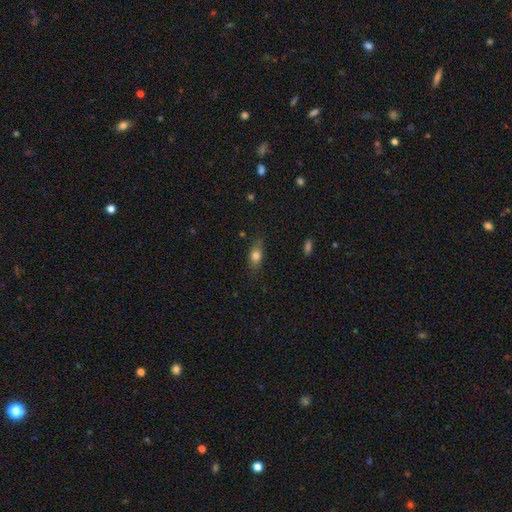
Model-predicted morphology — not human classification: smooth_or_featured: smooth (p=0.78) [alt: featured or disk p=0.13]
how_rounded: in between (p=0.76) [alt: round p=0.13]
merging: none (p=0.77) [alt: minor disturbance p=0.17]